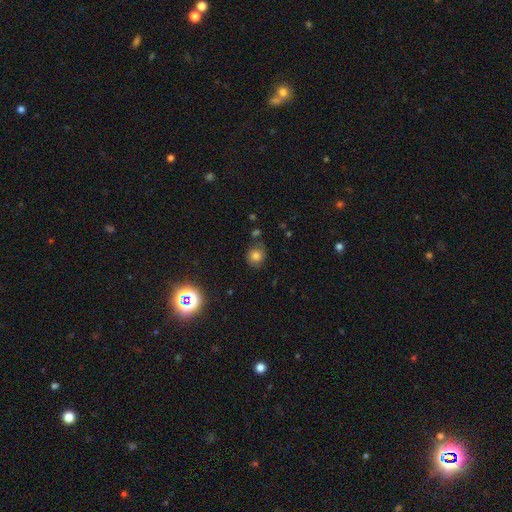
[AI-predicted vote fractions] Morphology: type=smooth (75%); roundness=round (81%); merging=none (76%).